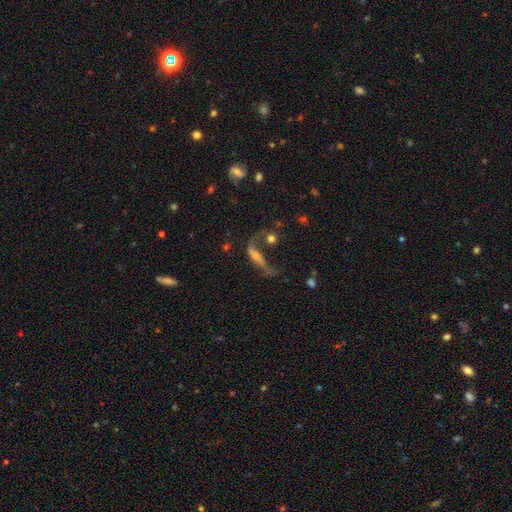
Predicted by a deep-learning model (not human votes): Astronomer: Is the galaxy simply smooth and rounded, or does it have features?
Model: featured or disk — 54% (runner-up: smooth, 29%).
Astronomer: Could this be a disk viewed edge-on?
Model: no — 68%.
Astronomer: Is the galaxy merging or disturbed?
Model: major disturbance — 40% (runner-up: none, 29%).